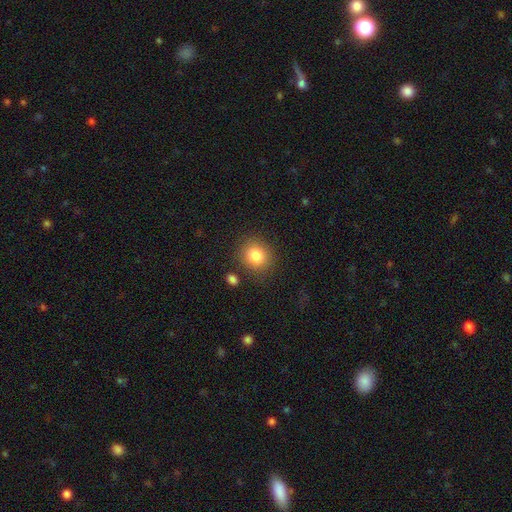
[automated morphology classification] Overall: smooth (84%). How rounded: round (78%). Merging: none (83%).